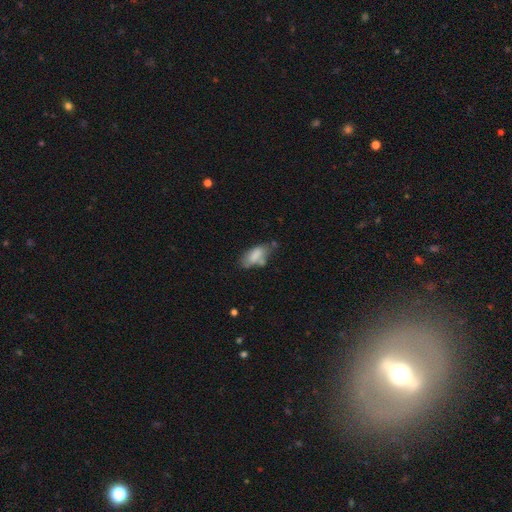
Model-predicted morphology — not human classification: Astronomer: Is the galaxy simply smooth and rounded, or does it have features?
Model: smooth — 75%.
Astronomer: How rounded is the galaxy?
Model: in between — 84%.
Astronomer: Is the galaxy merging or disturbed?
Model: none — 44% (runner-up: minor disturbance, 30%).